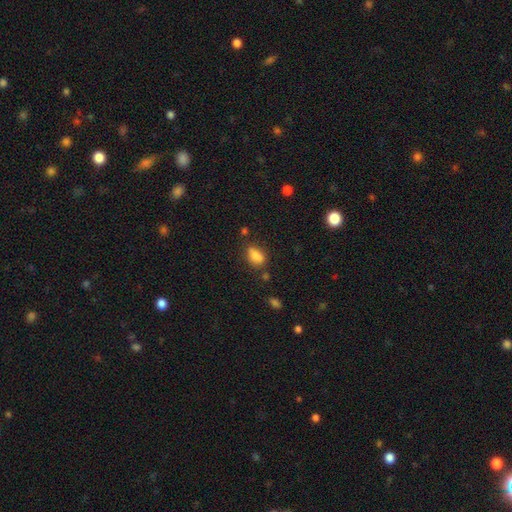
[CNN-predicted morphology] type=smooth (80%); roundness=in between (81%); merging=none (59%).